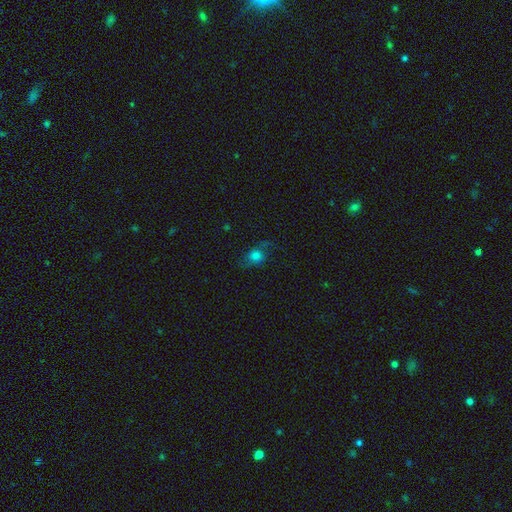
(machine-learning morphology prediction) Smooth or featured? Predicted: smooth (p=0.63). How rounded? Predicted: round (p=0.58). Merging? Predicted: none (p=0.59).